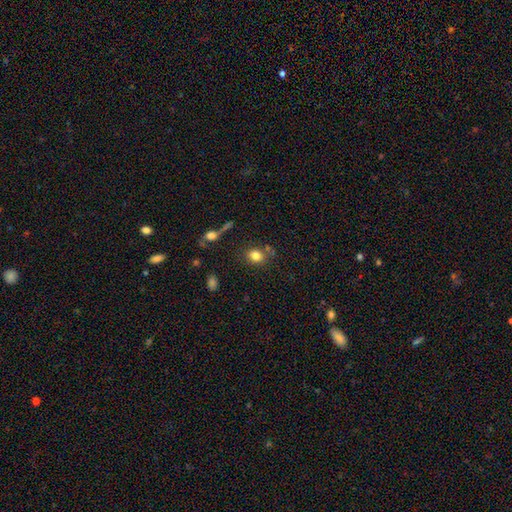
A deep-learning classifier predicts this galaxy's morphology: Smooth or featured? Predicted: smooth (p=0.81). How rounded? Predicted: round (p=0.58). Merging? Predicted: none (p=0.72).